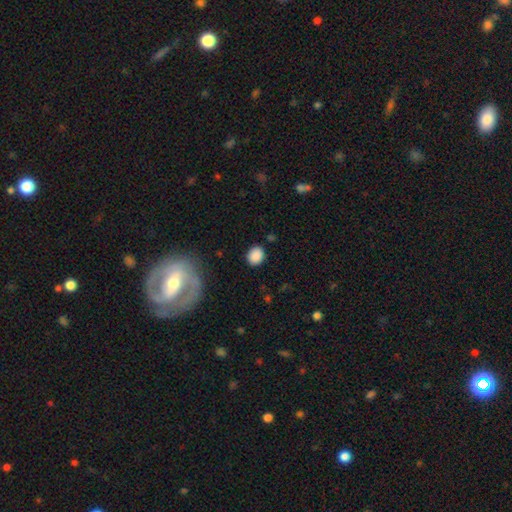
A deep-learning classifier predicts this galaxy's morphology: The model was most divided on "how rounded": round: 60%, in between: 39%, cigar-shaped: 1%. More confident: smooth or featured — smooth (88%); merging — none (86%).